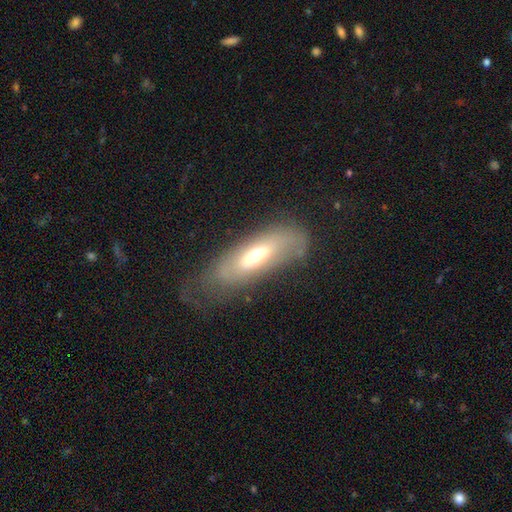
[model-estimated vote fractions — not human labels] The model was most divided on "smooth or featured": featured or disk: 46%, smooth: 45%, star or artifact: 8%. Remaining: merging — none (48%).